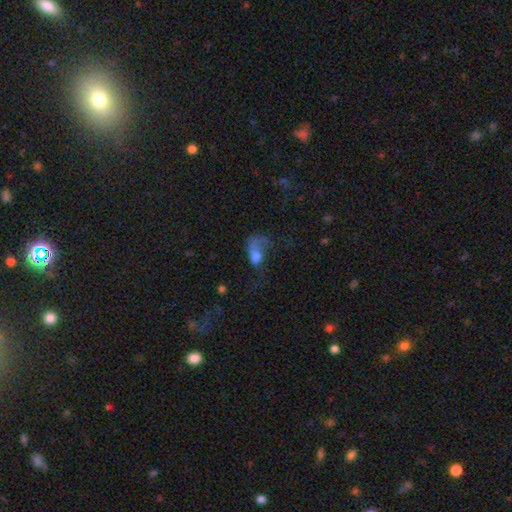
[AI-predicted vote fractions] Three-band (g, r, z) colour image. It shows a smooth galaxy with no disk features (54%) that is in between round and cigar-shaped (72%). Merging: major disturbance (63%).